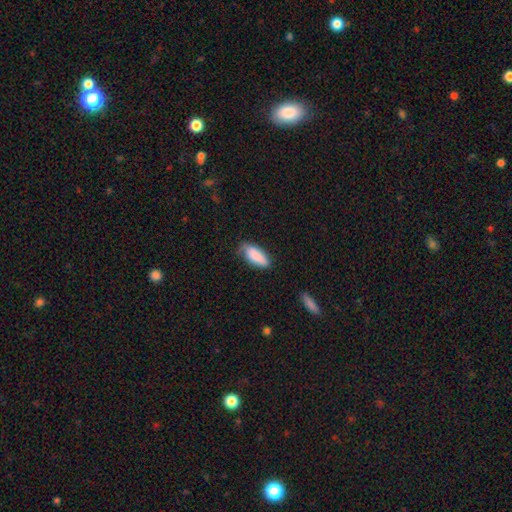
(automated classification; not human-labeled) Q: Smooth or featured?
A: smooth (86%); runner-up: featured or disk (8%)
Q: How rounded?
A: in between (81%); runner-up: cigar-shaped (17%)
Q: Merging?
A: none (63%); runner-up: minor disturbance (30%)